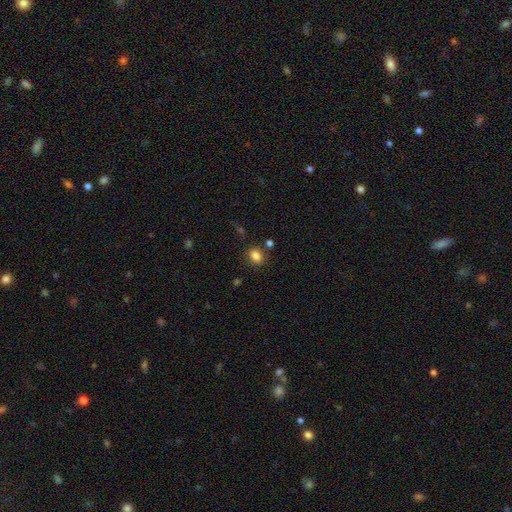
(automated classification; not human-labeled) smooth-or-featured: smooth: 84% | star or artifact: 11% | featured or disk: 5%
  how-rounded: in between: 52% | round: 47% | cigar-shaped: 1%
  merging: none: 80% | minor disturbance: 11% | merger: 5% | major disturbance: 4%